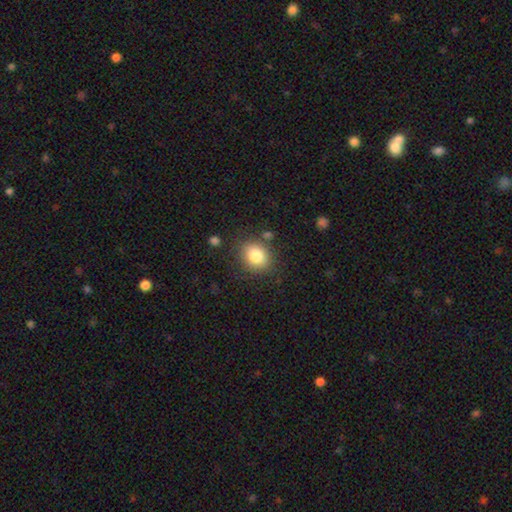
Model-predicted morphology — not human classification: Smooth or featured? Predicted: smooth (p=0.83). How rounded? Predicted: round (p=0.58). Merging? Predicted: none (p=0.80).